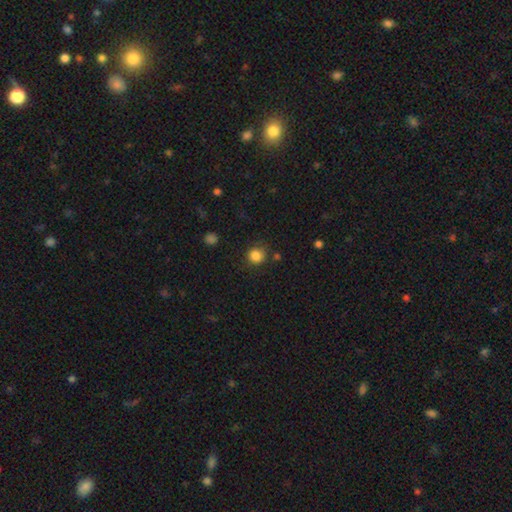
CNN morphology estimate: Smooth or featured: smooth — 85% (star or artifact — 11%)
How rounded: round — 90% (in between — 9%)
Merging: none — 80% (minor disturbance — 13%)